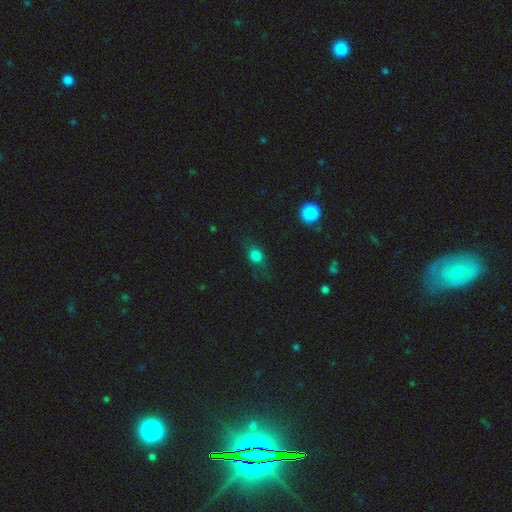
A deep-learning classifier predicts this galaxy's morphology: The model was most divided on "how rounded": in between: 49%, round: 43%, cigar-shaped: 9%. More confident: smooth or featured — smooth (73%); merging — none (70%).